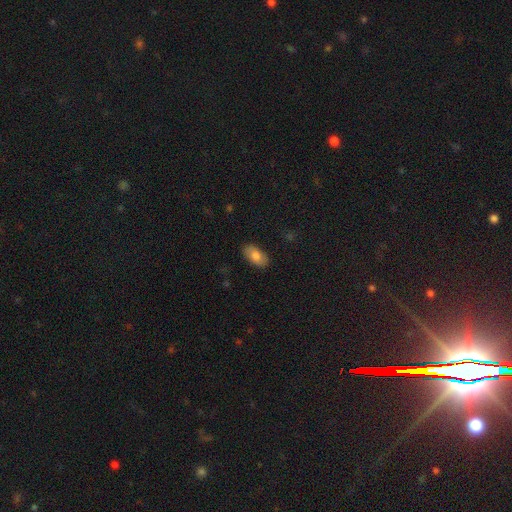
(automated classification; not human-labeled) A smooth galaxy with no disk features (80%) that is in between round and cigar-shaped (94%).

Vote fractions:
- Smooth or featured? smooth: 80% / featured or disk: 14% / star or artifact: 7%
- How rounded? in between: 94% / round: 3% / cigar-shaped: 3%
- Merging? none: 86% / minor disturbance: 11% / major disturbance: 2% / merger: 1%